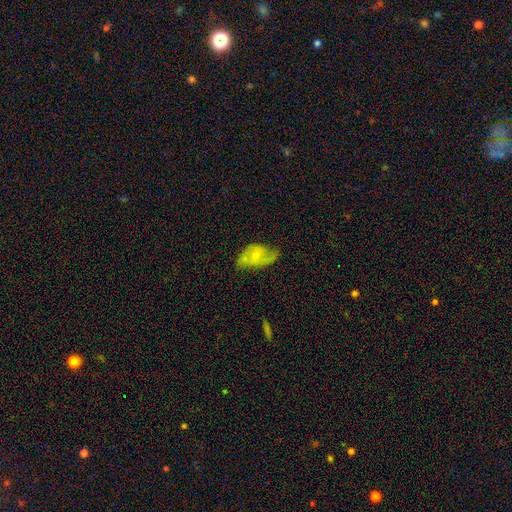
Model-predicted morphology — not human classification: Overall: featured or disk (59%; smooth 33%). Edge-on disk: no (95%). Bar: no (63%; weak 30%). Spiral arms: yes (77%). Bulge size: small (55%; moderate 37%). Merging: none (48%; minor disturbance 32%).